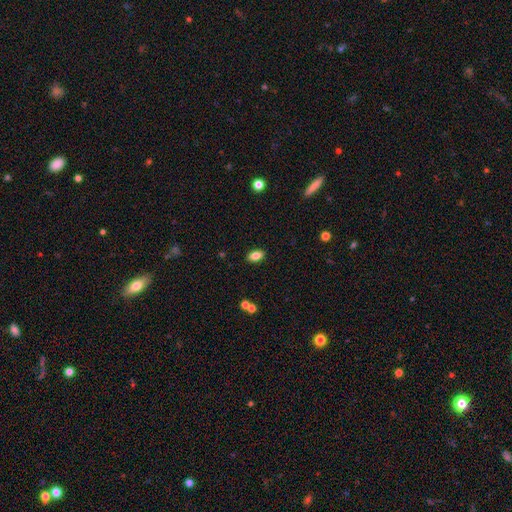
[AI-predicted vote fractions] This appears to be a smooth galaxy with no disk features (83%) that is in between round and cigar-shaped (89%). Merging: none (89%).